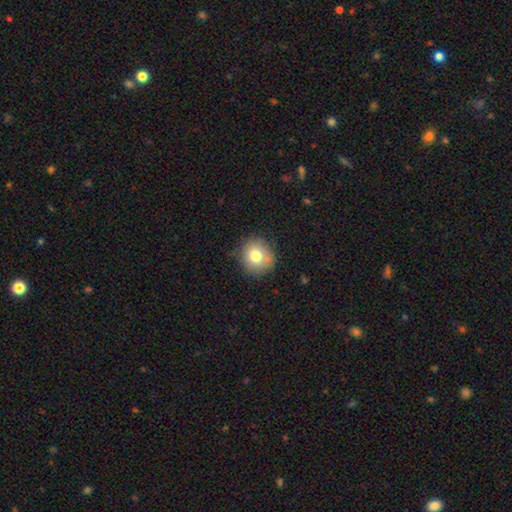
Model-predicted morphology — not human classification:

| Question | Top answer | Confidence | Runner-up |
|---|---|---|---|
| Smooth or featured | smooth | 76% | featured or disk (13%) |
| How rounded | round | 86% | in between (13%) |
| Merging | none | 79% | minor disturbance (13%) |